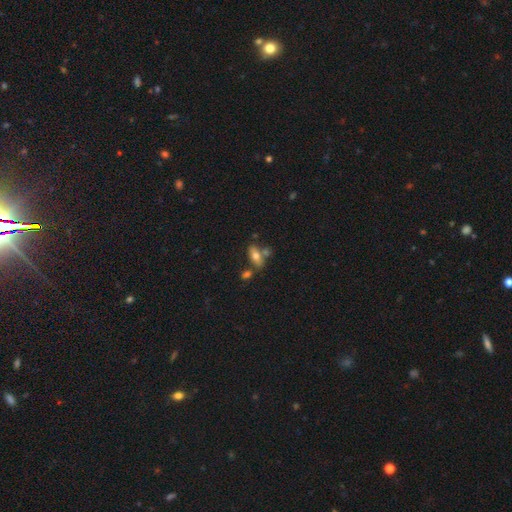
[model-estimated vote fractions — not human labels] Morphology: type=smooth (64%); roundness=in between (82%); merging=none (57%).